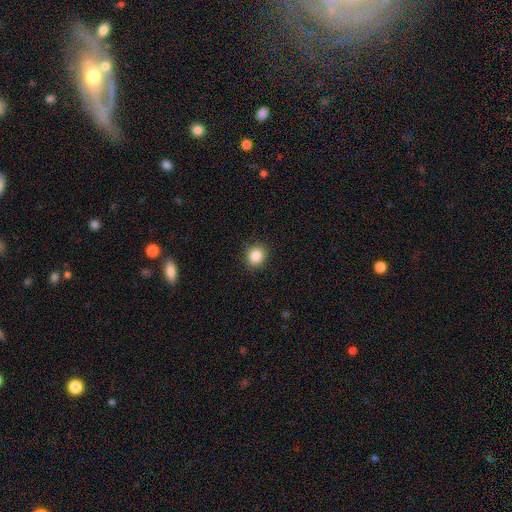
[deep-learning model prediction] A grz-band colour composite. It shows a smooth galaxy with no disk features (86%) that is round (85%). Merging: none (90%).